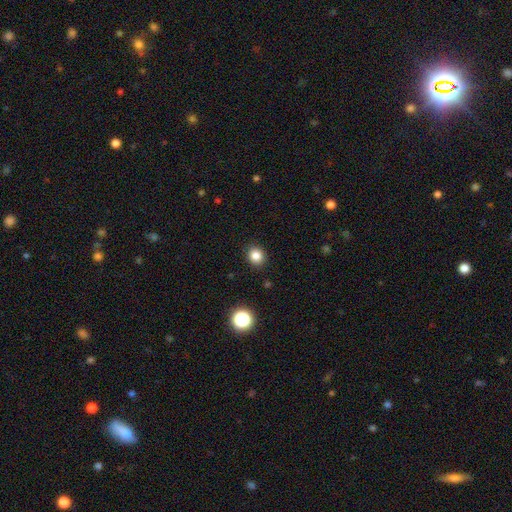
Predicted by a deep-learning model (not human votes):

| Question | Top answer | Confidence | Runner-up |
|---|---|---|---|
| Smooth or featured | smooth | 83% | star or artifact (12%) |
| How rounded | round | 81% | in between (18%) |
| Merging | none | 91% | minor disturbance (6%) |